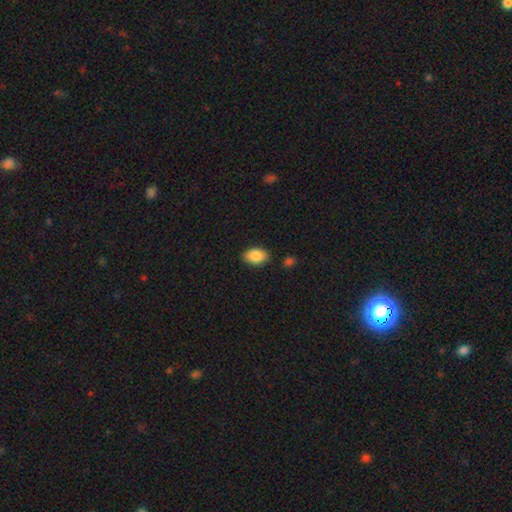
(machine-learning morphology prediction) This appears to be a smooth galaxy with no disk features (88%) that is in between round and cigar-shaped (88%). Merging: none (85%).